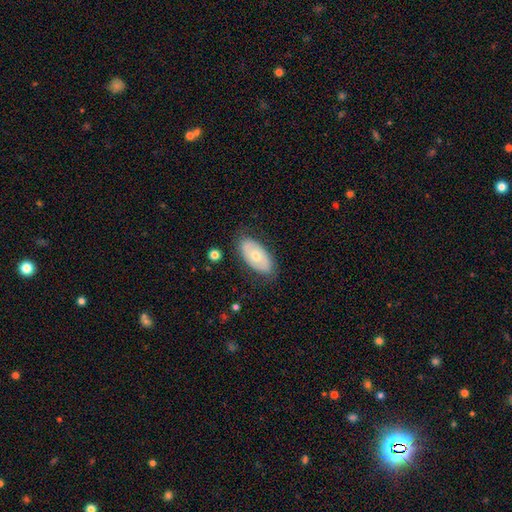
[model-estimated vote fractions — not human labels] Smooth or featured? smooth (54%)
How rounded? in between (93%)
Merging? none (79%)